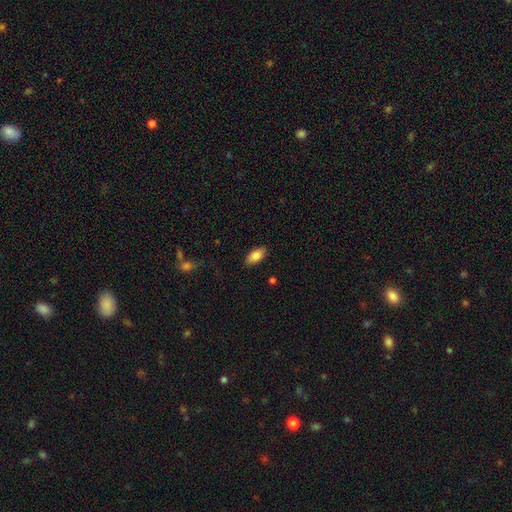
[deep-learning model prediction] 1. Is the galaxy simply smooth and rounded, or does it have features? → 84% smooth, 9% featured or disk, 7% star or artifact.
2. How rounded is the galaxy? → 91% in between, 7% cigar-shaped, 3% round.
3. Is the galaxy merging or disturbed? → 86% none, 10% minor disturbance, 2% major disturbance, 1% merger.